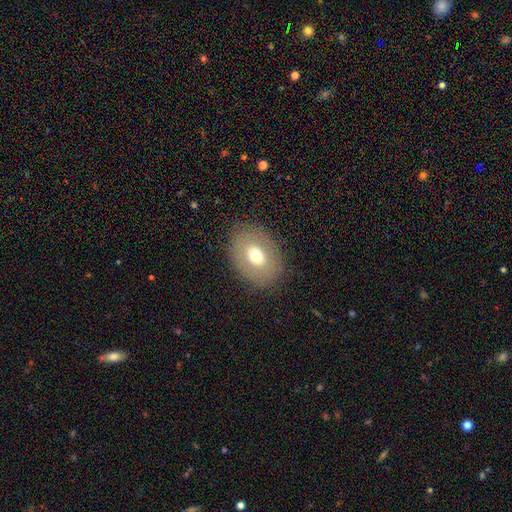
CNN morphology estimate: Smooth or featured: smooth — 66% (featured or disk — 24%)
How rounded: in between — 67% (round — 32%)
Merging: none — 84% (minor disturbance — 10%)